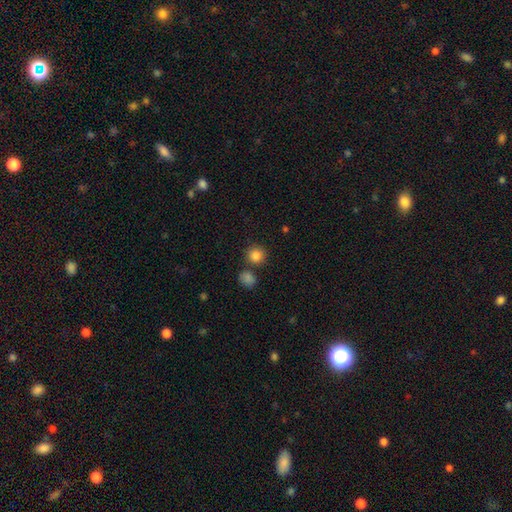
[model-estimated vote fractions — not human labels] Q: Smooth or featured?
A: smooth (85%); runner-up: star or artifact (10%)
Q: How rounded?
A: round (90%); runner-up: in between (9%)
Q: Merging?
A: none (76%); runner-up: merger (13%)